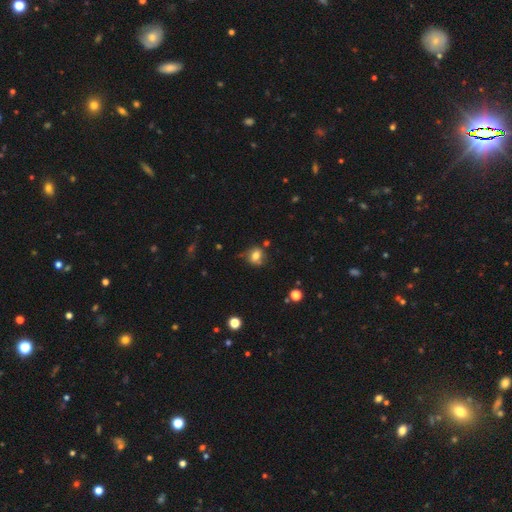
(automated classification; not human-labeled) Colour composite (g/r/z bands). It shows a smooth galaxy with no disk features (72%) that is round (67%). Merging: none (62%).